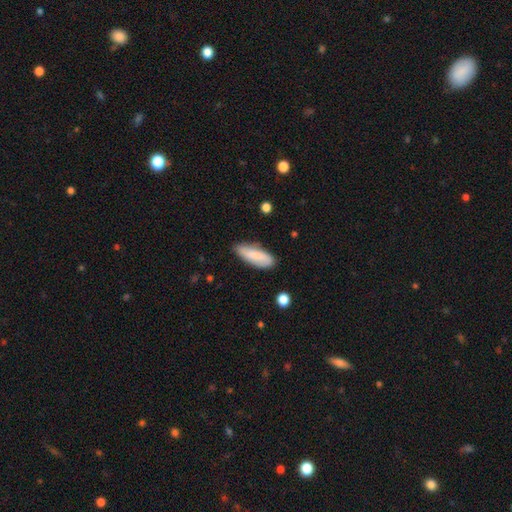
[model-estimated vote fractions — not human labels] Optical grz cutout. It shows a smooth galaxy with no disk features (79%) that is in between round and cigar-shaped (63%). Merging: none (78%).